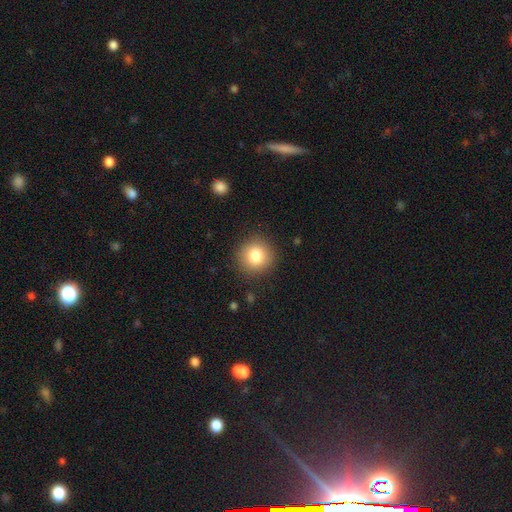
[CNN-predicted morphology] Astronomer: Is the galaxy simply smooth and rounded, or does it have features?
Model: smooth — 82%.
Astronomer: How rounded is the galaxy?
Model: round — 93%.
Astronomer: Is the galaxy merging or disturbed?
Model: none — 89%.